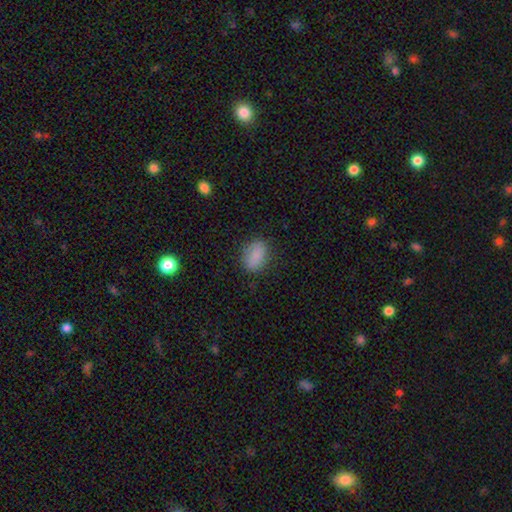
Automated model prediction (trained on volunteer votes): Smooth or featured? Predicted: smooth (p=0.85). How rounded? Predicted: in between (p=0.78). Merging? Predicted: none (p=0.80).